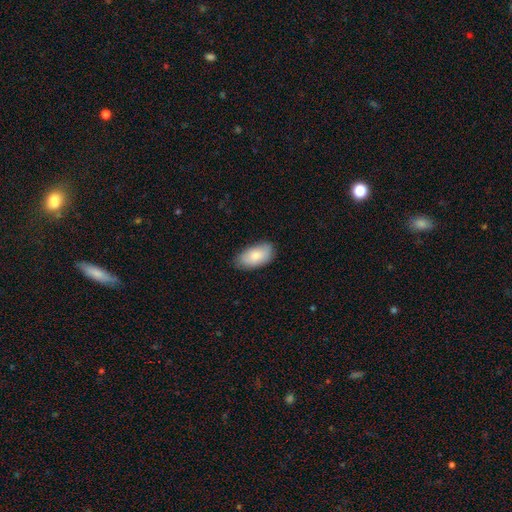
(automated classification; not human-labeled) The model was most divided on "merging": none: 81%, minor disturbance: 16%, major disturbance: 3%, merger: 1%. More confident: how rounded — in between (94%); smooth or featured — smooth (83%).